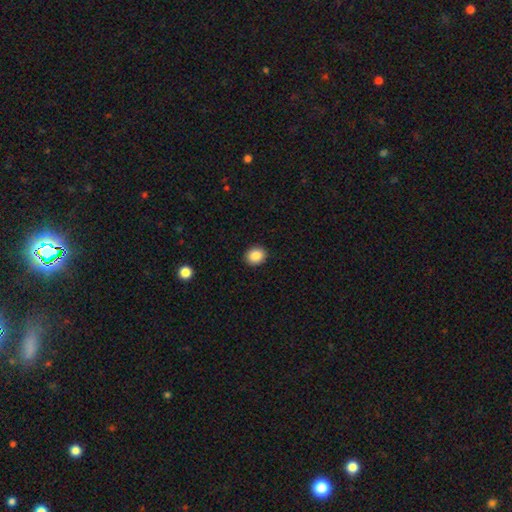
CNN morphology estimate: A smooth galaxy with no disk features (87%) that is round (66%).

Vote fractions:
- Smooth or featured? smooth: 87% / star or artifact: 9% / featured or disk: 4%
- How rounded? round: 66% / in between: 33% / cigar-shaped: 1%
- Merging? none: 92% / minor disturbance: 6% / major disturbance: 2% / merger: 1%